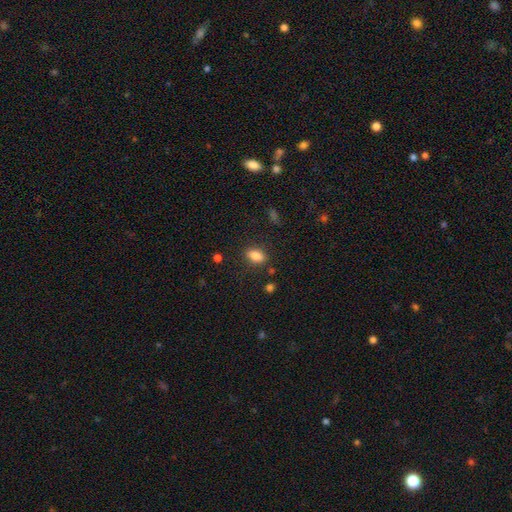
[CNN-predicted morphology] Smooth or featured: smooth — 84% (star or artifact — 9%)
How rounded: in between — 86% (round — 9%)
Merging: none — 83% (minor disturbance — 11%)